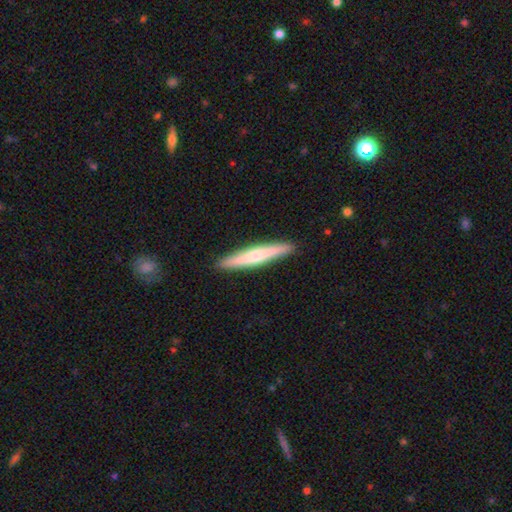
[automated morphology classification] This is possibly a smooth galaxy (48%). Merging: clearly none (91%).